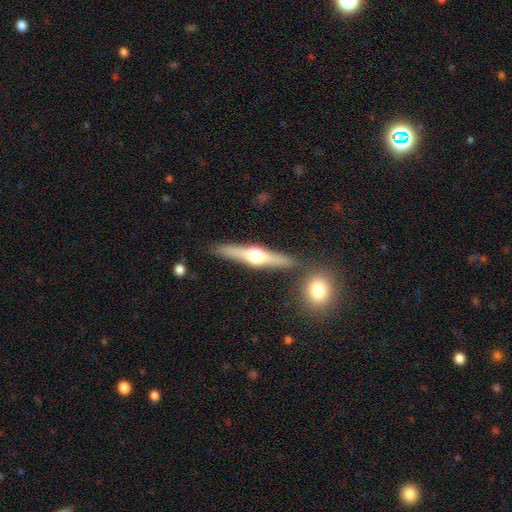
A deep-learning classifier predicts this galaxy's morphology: A featured or disk galaxy (69%) viewed edge-on (96%) with a rounded central bulge (95%). Merging: none (82%).